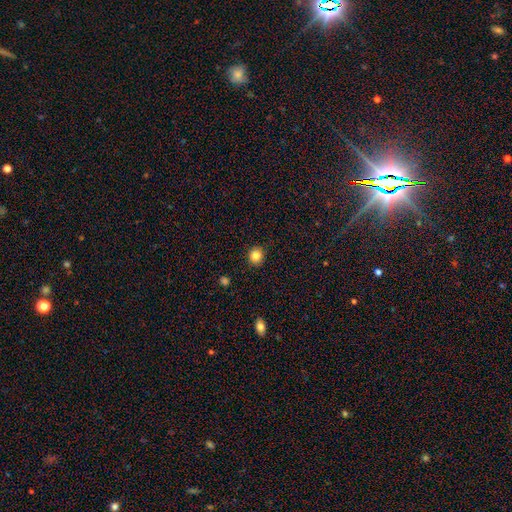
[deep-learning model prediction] Smooth or featured? smooth (85%)
How rounded? round (87%)
Merging? none (89%)